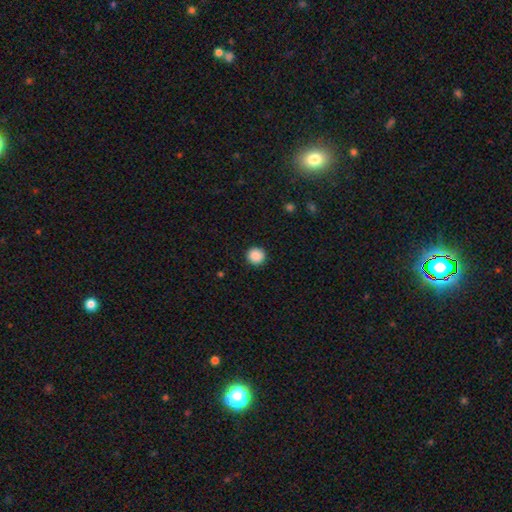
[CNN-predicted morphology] smooth-or-featured: smooth: 89% | star or artifact: 9% | featured or disk: 2%
  how-rounded: round: 95% | in between: 4% | cigar-shaped: 1%
  merging: none: 92% | minor disturbance: 5% | major disturbance: 2% | merger: 1%